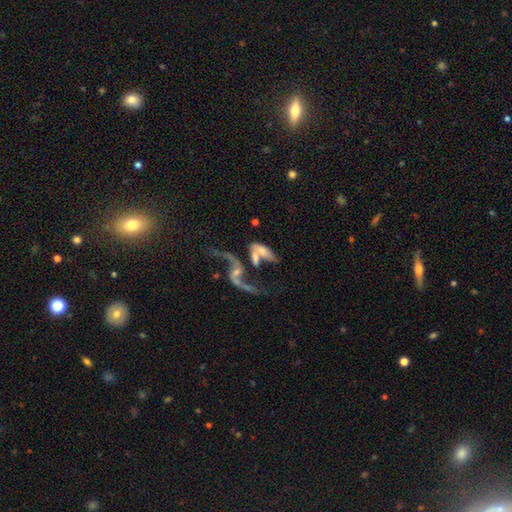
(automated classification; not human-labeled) smooth-or-featured: featured or disk: 71% | smooth: 20% | star or artifact: 9%
  disk-edge-on: no: 90% | yes: 10%
    bar: no: 57% | weak: 31% | strong: 11%
    has-spiral-arms: yes: 76% | no: 24%
    bulge-size: small: 42% | moderate: 27% | none: 24% | large: 5% | dominant: 2%
  merging: merger: 50% | none: 22% | major disturbance: 17% | minor disturbance: 11%